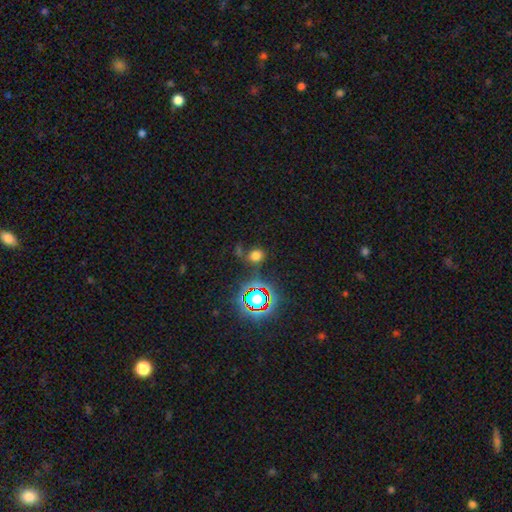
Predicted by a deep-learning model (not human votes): Smooth or featured: smooth — 63% (star or artifact — 29%)
How rounded: round — 70% (in between — 29%)
Merging: none — 68% (minor disturbance — 14%)